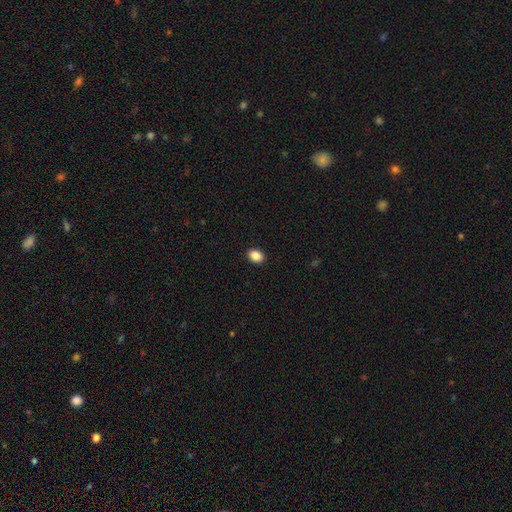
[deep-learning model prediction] Smooth or featured? smooth (88%)
How rounded? in between (68%)
Merging? none (91%)